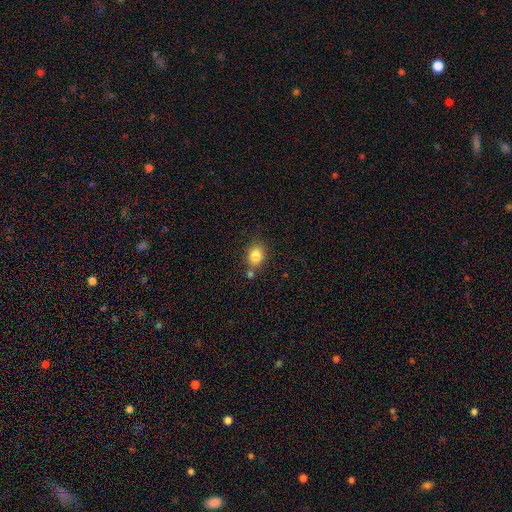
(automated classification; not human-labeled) This appears to be a smooth galaxy with no disk features (84%) that is round (60%). Merging: none (69%).